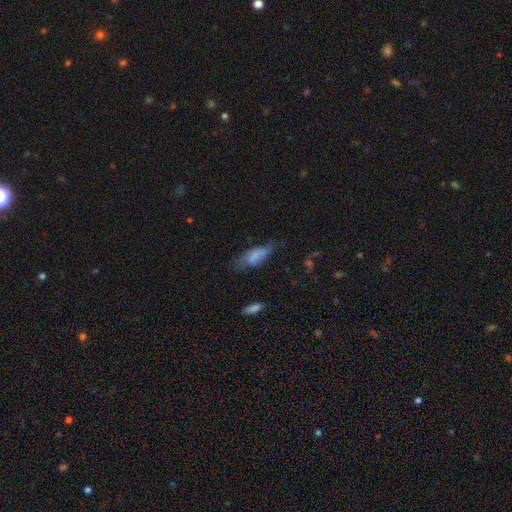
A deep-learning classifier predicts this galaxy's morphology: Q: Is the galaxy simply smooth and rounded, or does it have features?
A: smooth — 71%.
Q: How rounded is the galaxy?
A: in between — 68%.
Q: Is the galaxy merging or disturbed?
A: none — 48%.